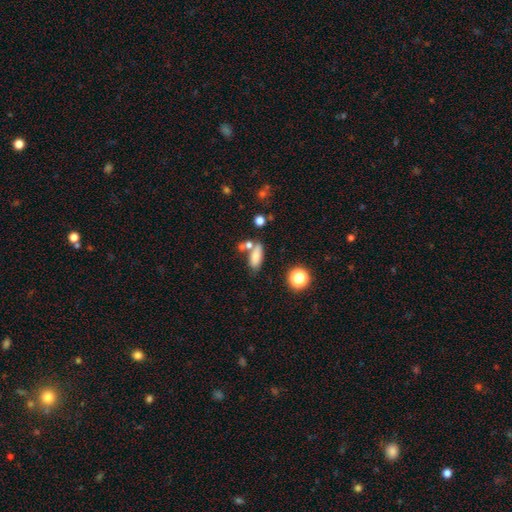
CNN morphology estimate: smooth-or-featured: smooth: 77% | featured or disk: 12% | star or artifact: 11%
  how-rounded: in between: 68% | cigar-shaped: 27% | round: 6%
  merging: none: 52% | merger: 27% | minor disturbance: 14% | major disturbance: 6%